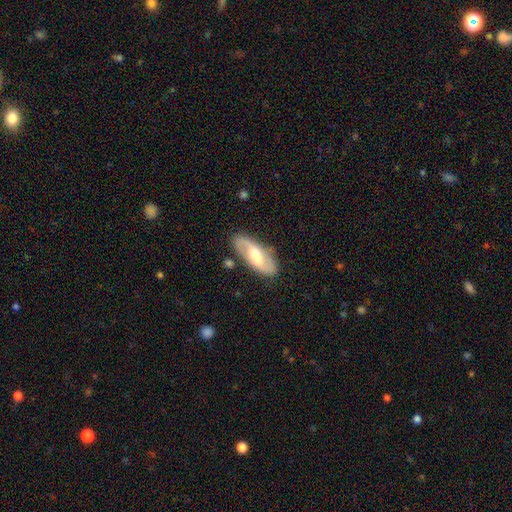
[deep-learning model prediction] This is likely a featured or disk galaxy (73%). It is clearly not viewed edge-on (92%). Bar: possibly weak (45%). Spiral arm pattern: clearly yes (88%). Spiral arm count: clearly 2 (88%). Spiral winding: possibly medium (46%). Central bulge: possibly moderate (55%). Merging: clearly none (81%).